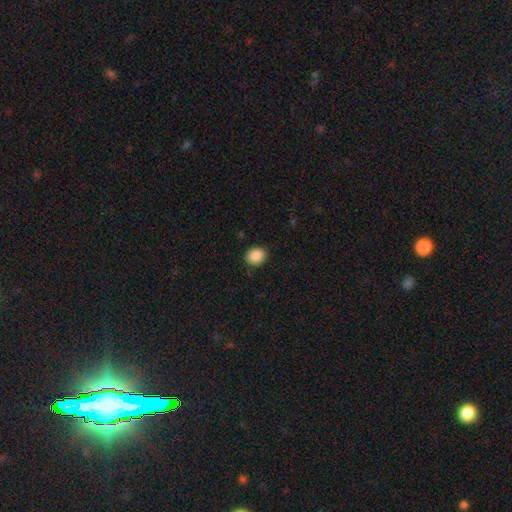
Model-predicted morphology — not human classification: smooth 89%, star or artifact 8%, featured or disk 3%. Down the decision tree: how rounded — round (71%); merging — none (90%).